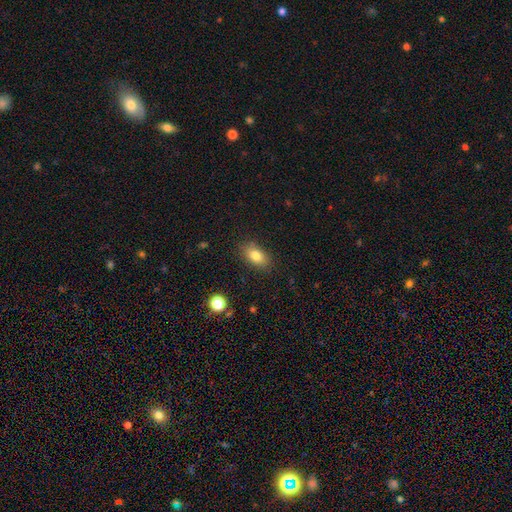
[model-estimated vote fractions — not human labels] smooth 82%, featured or disk 9%, star or artifact 9%. Down the decision tree: how rounded — in between (88%); merging — none (85%).